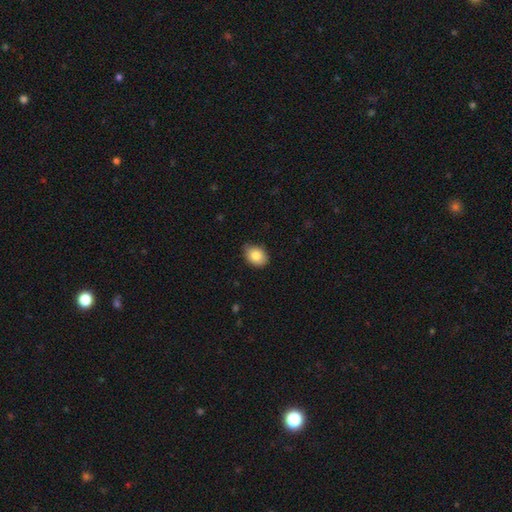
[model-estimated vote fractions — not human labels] smooth_or_featured: smooth (p=0.83) [alt: featured or disk p=0.09]
how_rounded: in between (p=0.67) [alt: round p=0.32]
merging: none (p=0.77) [alt: minor disturbance p=0.20]